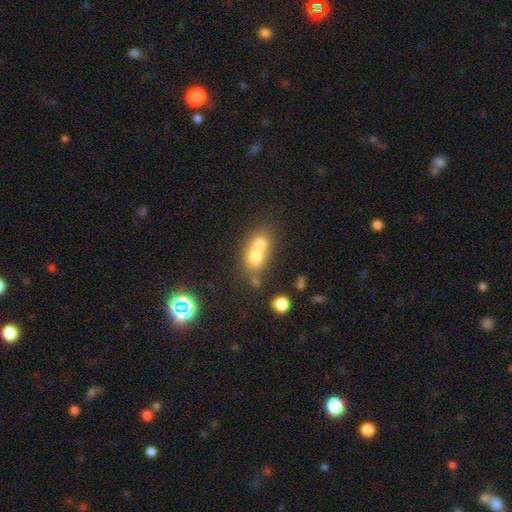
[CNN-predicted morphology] The model was most divided on "how rounded": round: 53%, in between: 45%, cigar-shaped: 2%. More confident: merging — merger (67%); smooth or featured — smooth (65%).